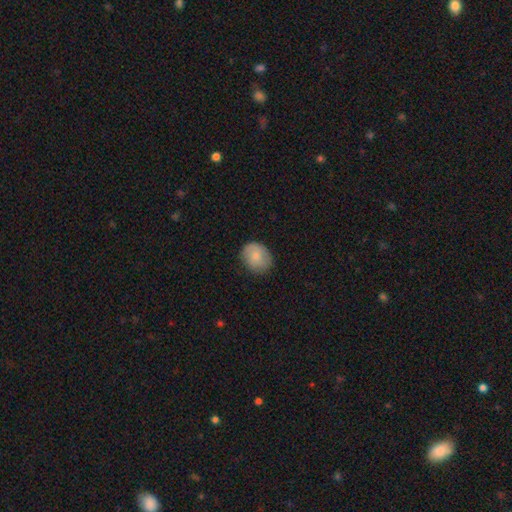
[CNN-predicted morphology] This appears to be a smooth galaxy with no disk features (75%) that is round (60%). Merging: none (78%).